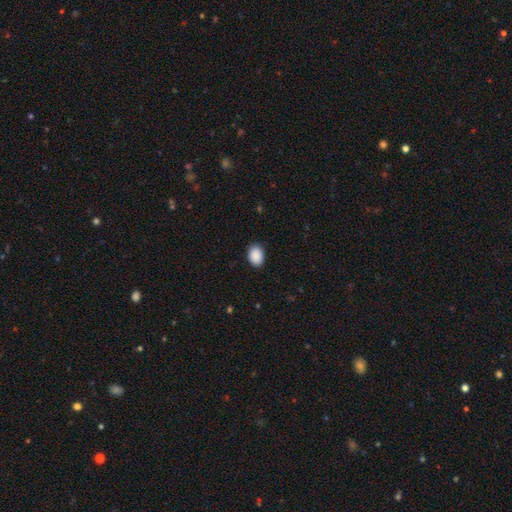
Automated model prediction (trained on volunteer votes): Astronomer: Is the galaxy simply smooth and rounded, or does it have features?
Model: smooth — 90%.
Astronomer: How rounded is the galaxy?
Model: in between — 77%.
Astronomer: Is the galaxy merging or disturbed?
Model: none — 88%.